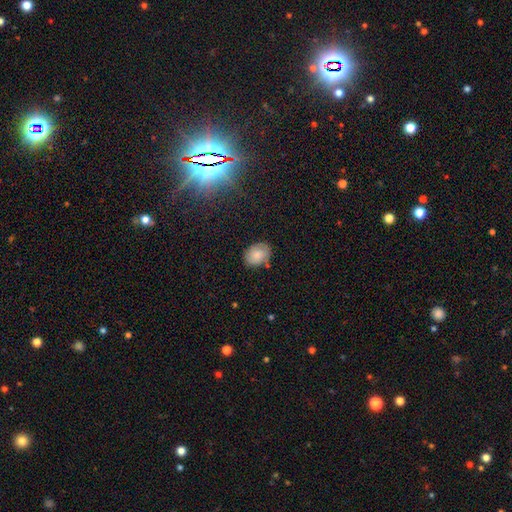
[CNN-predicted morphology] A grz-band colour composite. It shows a smooth galaxy with no disk features (77%) that is in between round and cigar-shaped (69%). Merging: none (74%).